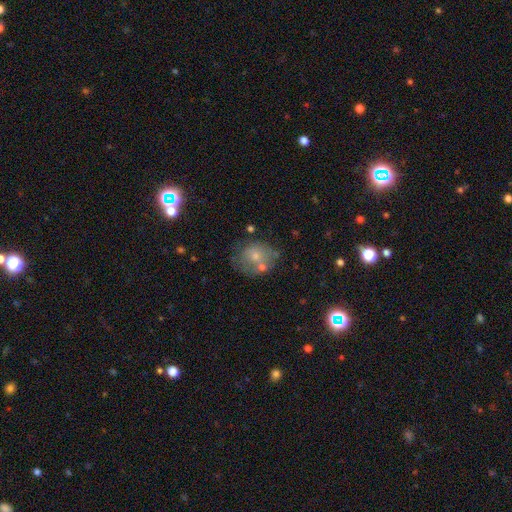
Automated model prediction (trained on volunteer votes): This is likely a smooth galaxy (63%). How rounded: likely round (66%). Merging: possibly none (50%).